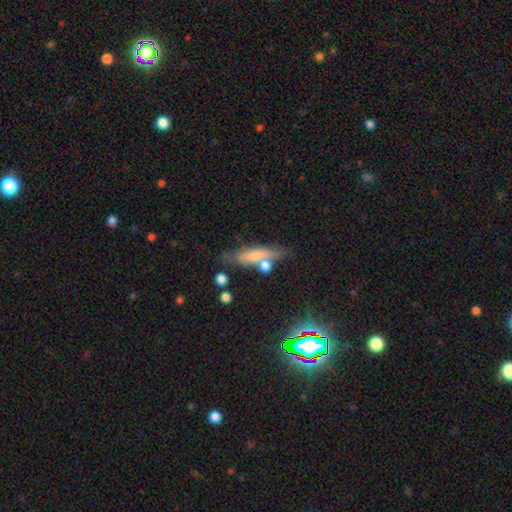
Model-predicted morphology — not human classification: smooth-or-featured: smooth: 62% | featured or disk: 29% | star or artifact: 9%
  how-rounded: cigar-shaped: 65% | in between: 31% | round: 4%
  merging: none: 56% | minor disturbance: 19% | merger: 18% | major disturbance: 8%